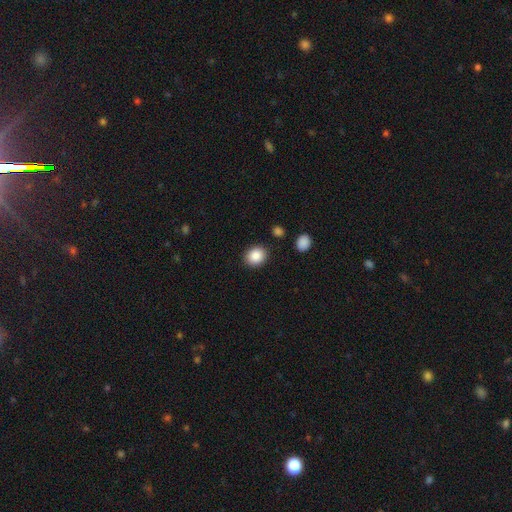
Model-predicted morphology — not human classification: A smooth galaxy with no disk features (88%) that is round (66%).

Vote fractions:
- Smooth or featured? smooth: 88% / star or artifact: 8% / featured or disk: 4%
- How rounded? round: 66% / in between: 34% / cigar-shaped: 1%
- Merging? none: 87% / minor disturbance: 8% / major disturbance: 3% / merger: 2%